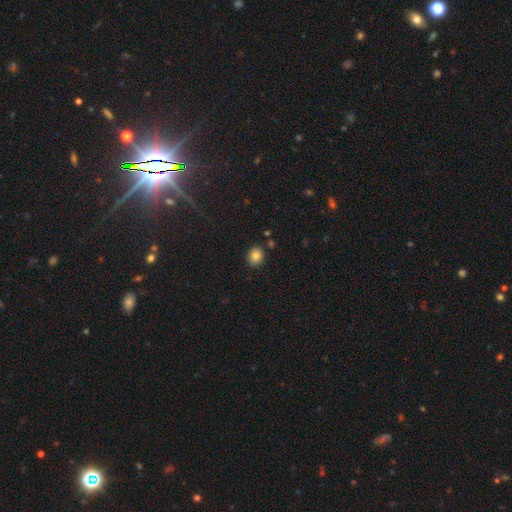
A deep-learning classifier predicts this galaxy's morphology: This is clearly a smooth galaxy (84%). How rounded: likely round (70%). Merging: clearly none (87%).